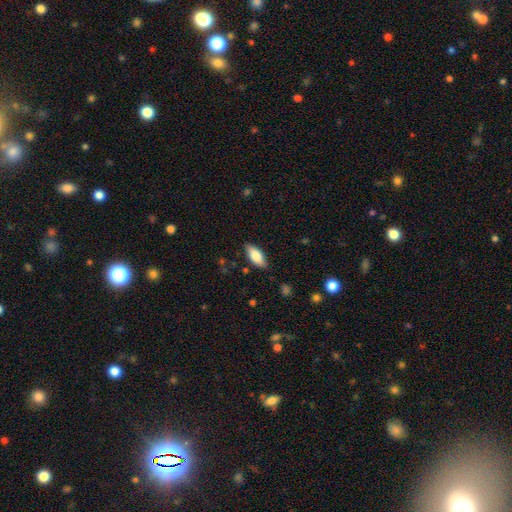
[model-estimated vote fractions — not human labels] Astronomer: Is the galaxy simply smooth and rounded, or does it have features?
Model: smooth — 81%.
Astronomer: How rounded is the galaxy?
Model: in between — 85%.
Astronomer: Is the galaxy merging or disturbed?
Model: none — 85%.